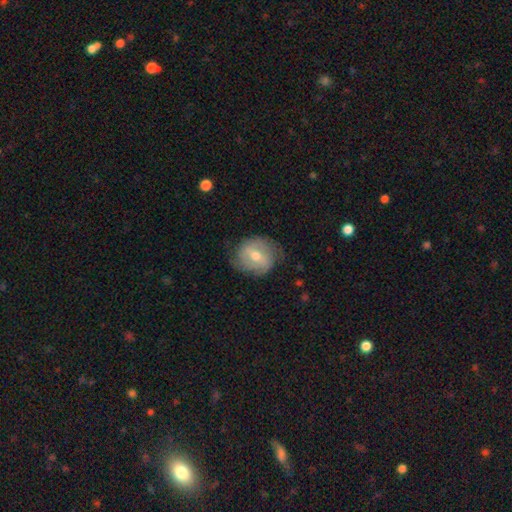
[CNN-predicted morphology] smooth_or_featured: featured or disk (p=0.54) [alt: smooth p=0.39]
disk_edge_on: no (p=0.95) [alt: yes p=0.05]
bar: weak (p=0.50) [alt: no p=0.26]
has_spiral_arms: yes (p=0.72) [alt: no p=0.28]
bulge_size: moderate (p=0.69) [alt: small p=0.25]
merging: none (p=0.70) [alt: minor disturbance p=0.21]